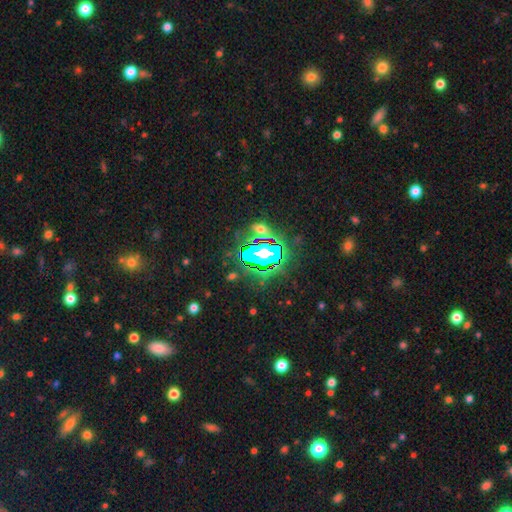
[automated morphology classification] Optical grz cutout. It shows a star or artifact, not a galaxy (75%).